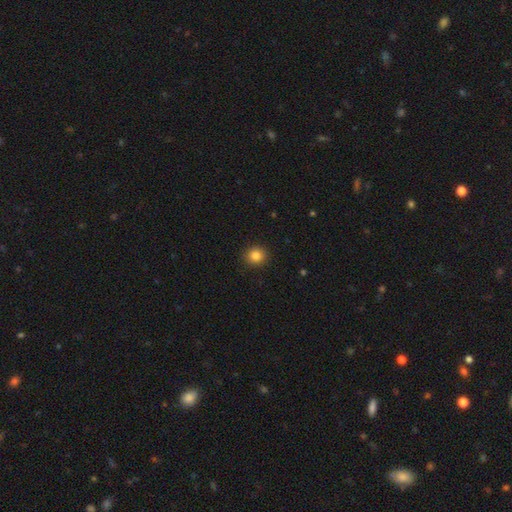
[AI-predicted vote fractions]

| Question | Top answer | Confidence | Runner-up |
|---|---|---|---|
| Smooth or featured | smooth | 84% | star or artifact (11%) |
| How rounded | round | 87% | in between (12%) |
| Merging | none | 91% | minor disturbance (6%) |